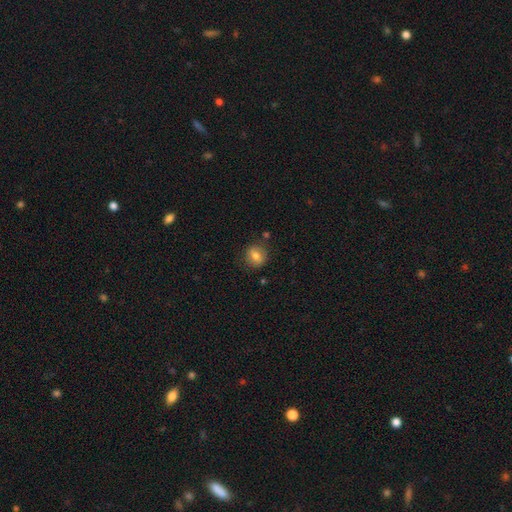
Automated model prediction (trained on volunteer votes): Smooth or featured?
  - smooth: 74% *
  - featured or disk: 16%
  - star or artifact: 10%
How rounded?
  - round: 77% *
  - in between: 22%
  - cigar-shaped: 1%
Merging?
  - none: 80% *
  - minor disturbance: 13%
  - major disturbance: 4%
  - merger: 3%